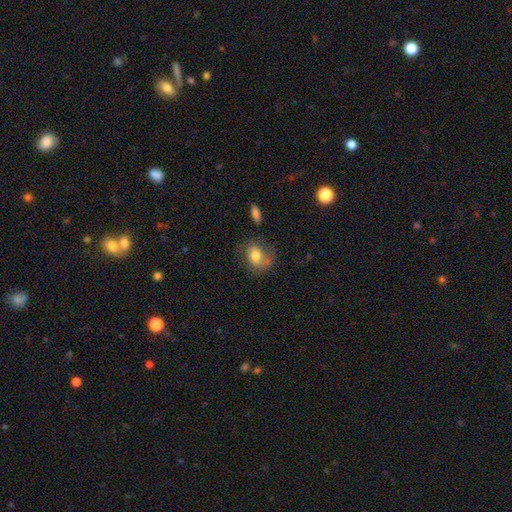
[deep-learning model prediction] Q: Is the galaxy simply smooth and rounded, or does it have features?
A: smooth — 68%.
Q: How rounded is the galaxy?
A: in between — 61%.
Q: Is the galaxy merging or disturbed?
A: none — 52%.